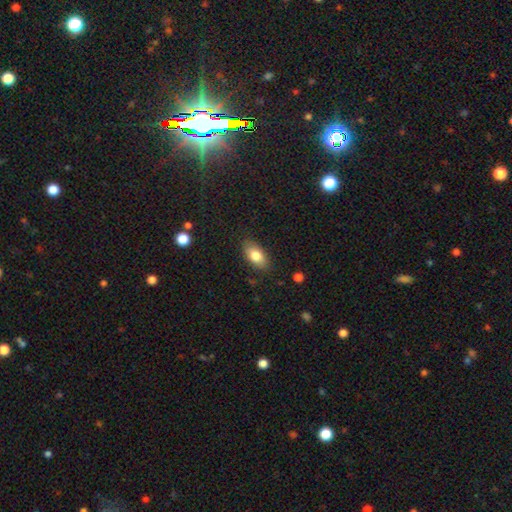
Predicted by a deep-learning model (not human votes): smooth 80%, featured or disk 12%, star or artifact 8%. Down the decision tree: how rounded — in between (90%); merging — none (85%).